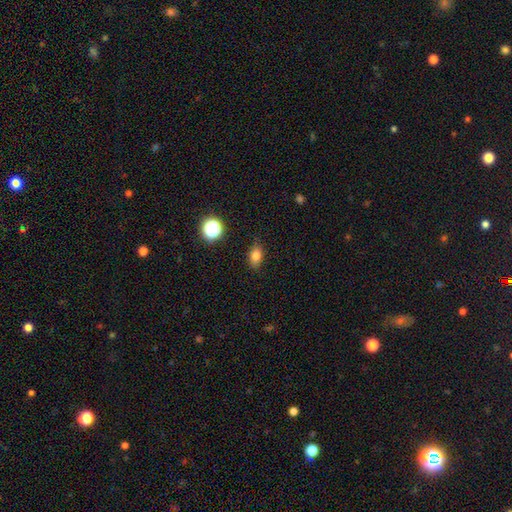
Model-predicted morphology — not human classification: smooth_or_featured: smooth (p=0.79) [alt: star or artifact p=0.12]
how_rounded: in between (p=0.79) [alt: round p=0.17]
merging: none (p=0.83) [alt: minor disturbance p=0.13]